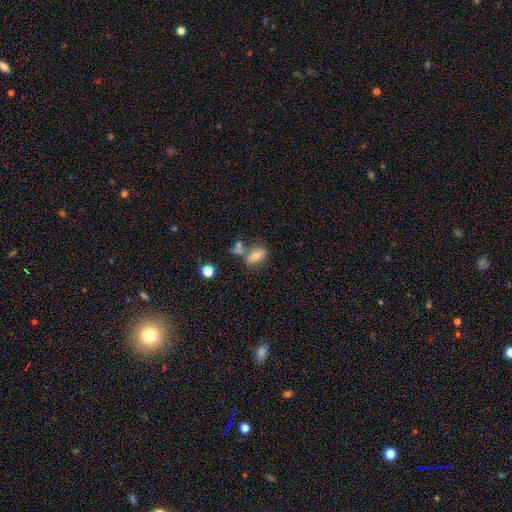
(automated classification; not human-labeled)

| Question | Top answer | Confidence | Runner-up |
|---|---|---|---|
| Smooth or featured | smooth | 72% | featured or disk (17%) |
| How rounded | in between | 85% | round (8%) |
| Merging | none | 48% | merger (28%) |